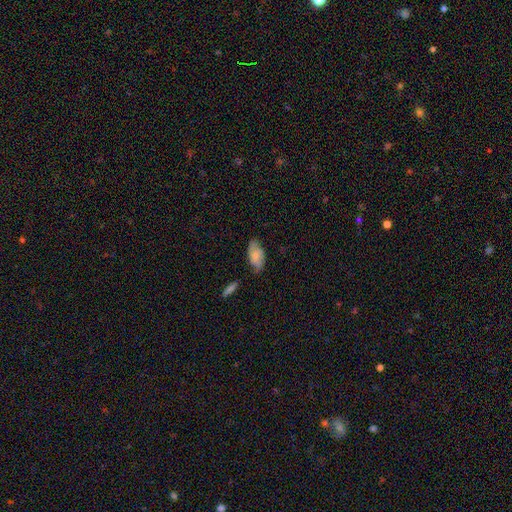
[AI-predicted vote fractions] Smooth or featured? Predicted: smooth (p=0.60). How rounded? Predicted: in between (p=0.91). Merging? Predicted: none (p=0.67).